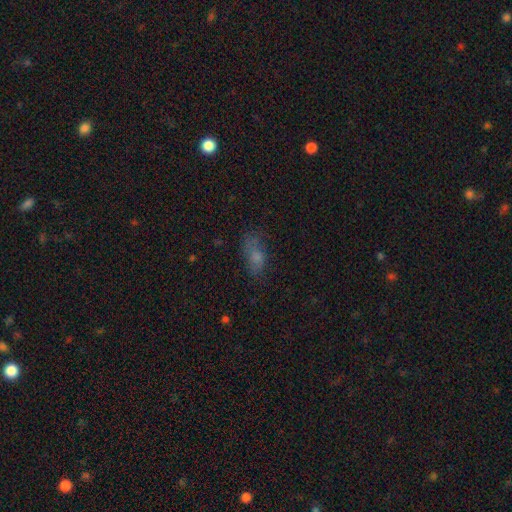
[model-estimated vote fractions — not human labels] smooth 65%, featured or disk 19%, star or artifact 15%. Down the decision tree: how rounded — in between (78%); merging — none (58%).